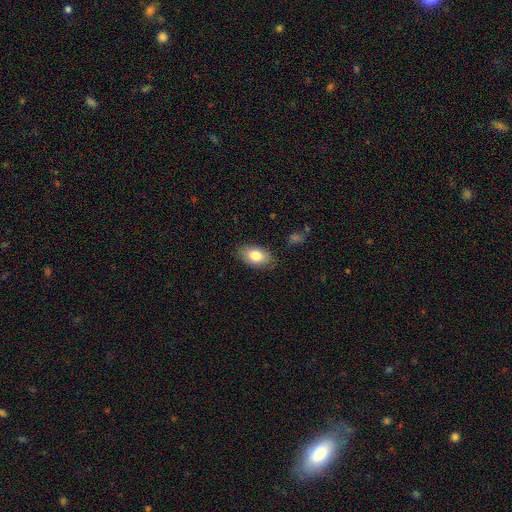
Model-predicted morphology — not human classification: This is clearly a smooth galaxy (80%). How rounded: clearly in between (91%). Merging: clearly none (84%).